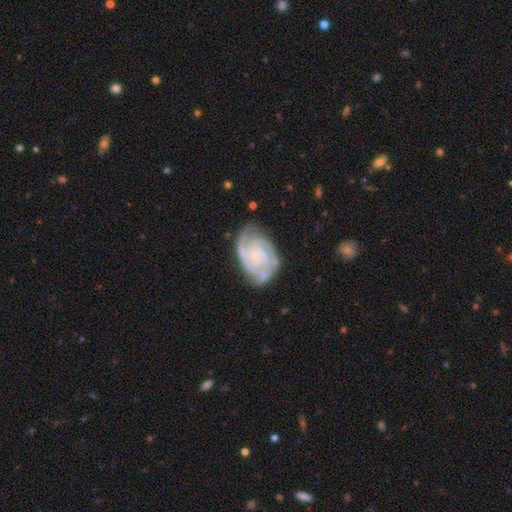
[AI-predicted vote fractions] smooth-or-featured: featured or disk: 88% | smooth: 7% | star or artifact: 5%
  disk-edge-on: no: 98% | yes: 2%
    bar: no: 61% | weak: 32% | strong: 8%
    has-spiral-arms: yes: 97% | no: 3%
      spiral-winding: tight: 69% | medium: 27% | loose: 4%
      spiral-arm-count: 3: 34% | 2: 29% | can't tell: 18% | 4: 9% | 1: 5% | more than 4: 5%
    bulge-size: small: 63% | none: 22% | moderate: 12% | large: 1% | dominant: 1%
  merging: none: 68% | minor disturbance: 22% | major disturbance: 8% | merger: 2%